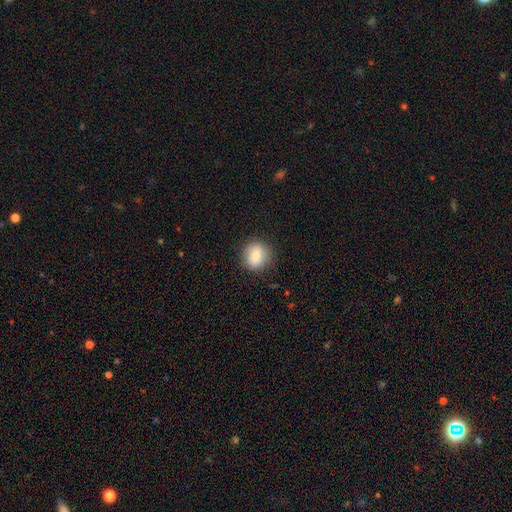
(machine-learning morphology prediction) smooth 79%, featured or disk 13%, star or artifact 9%. Down the decision tree: how rounded — round (81%); merging — none (86%).